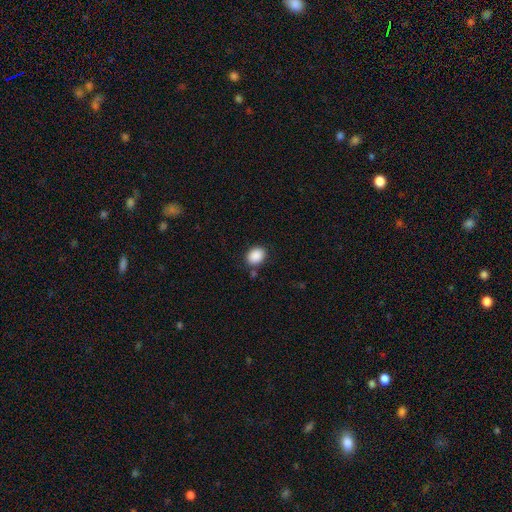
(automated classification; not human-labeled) The model was most divided on "how rounded": in between: 60%, round: 39%, cigar-shaped: 1%. More confident: smooth or featured — smooth (89%); merging — none (83%).